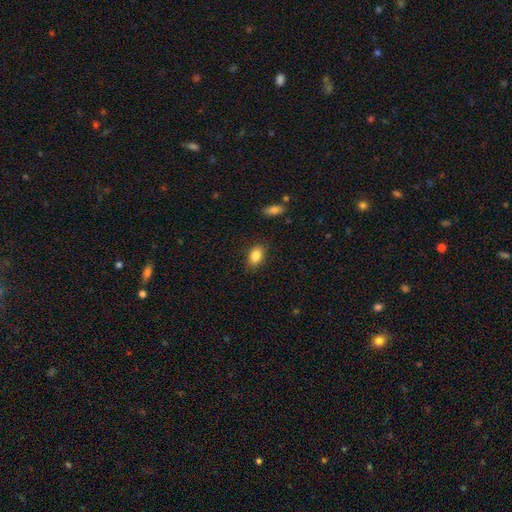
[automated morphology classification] Q: Smooth or featured?
A: smooth (85%); runner-up: star or artifact (8%)
Q: How rounded?
A: in between (84%); runner-up: round (15%)
Q: Merging?
A: none (84%); runner-up: minor disturbance (12%)